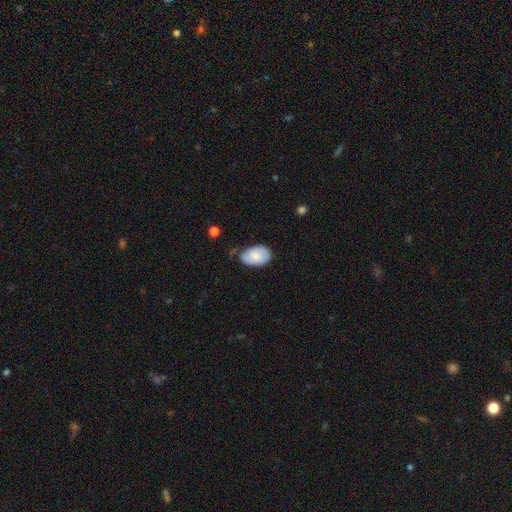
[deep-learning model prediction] Q: Smooth or featured?
A: smooth (76%); runner-up: featured or disk (17%)
Q: How rounded?
A: in between (91%); runner-up: round (8%)
Q: Merging?
A: none (56%); runner-up: minor disturbance (34%)